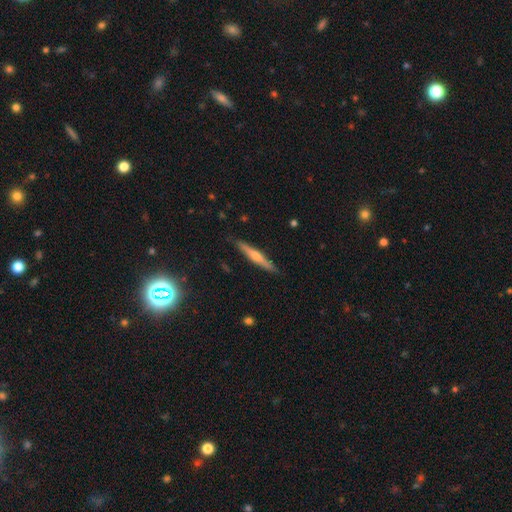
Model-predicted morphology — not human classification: featured or disk 64%, smooth 26%, star or artifact 9%. Down the decision tree: edge-on disk — yes (97%); edge-on bulge — rounded (78%); merging — none (90%).